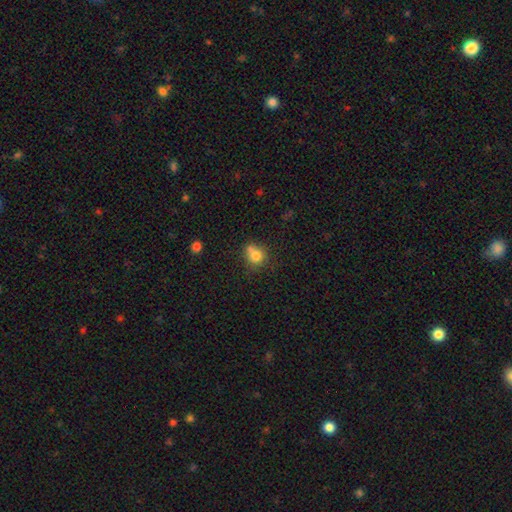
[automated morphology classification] Smooth or featured?
  - smooth: 76% *
  - star or artifact: 12%
  - featured or disk: 12%
How rounded?
  - round: 71% *
  - in between: 28%
  - cigar-shaped: 1%
Merging?
  - none: 45% *
  - merger: 27%
  - minor disturbance: 20%
  - major disturbance: 8%